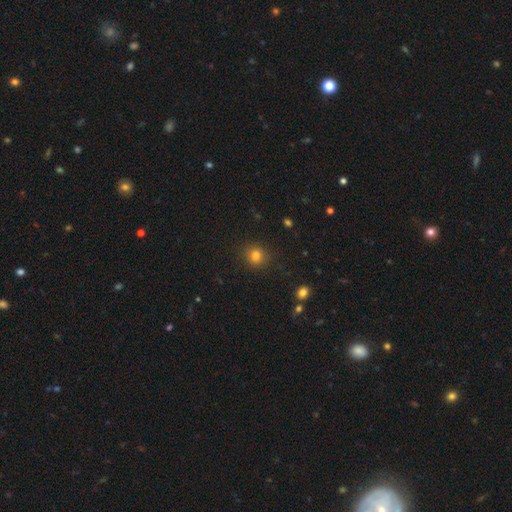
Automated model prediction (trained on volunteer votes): smooth 81%, star or artifact 13%, featured or disk 6%. Down the decision tree: how rounded — round (86%); merging — none (89%).